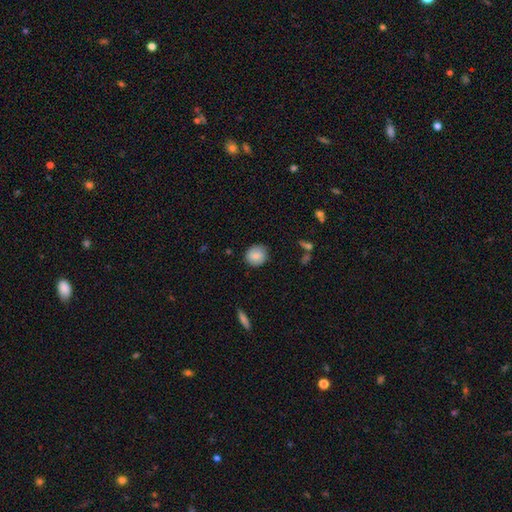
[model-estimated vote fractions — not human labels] Smooth or featured? smooth (81%)
How rounded? round (86%)
Merging? none (85%)